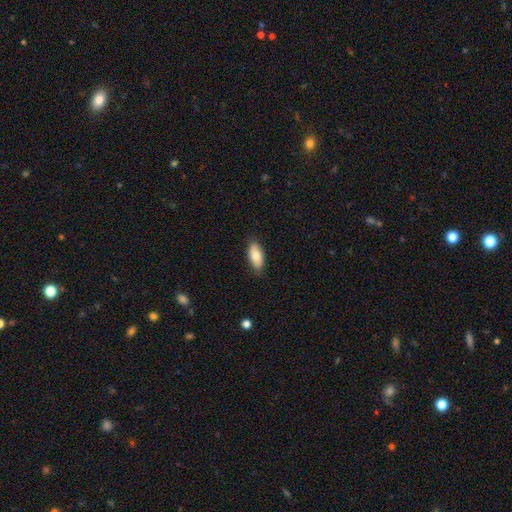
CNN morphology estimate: This is likely a smooth galaxy (78%). How rounded: clearly in between (88%). Merging: clearly none (85%).